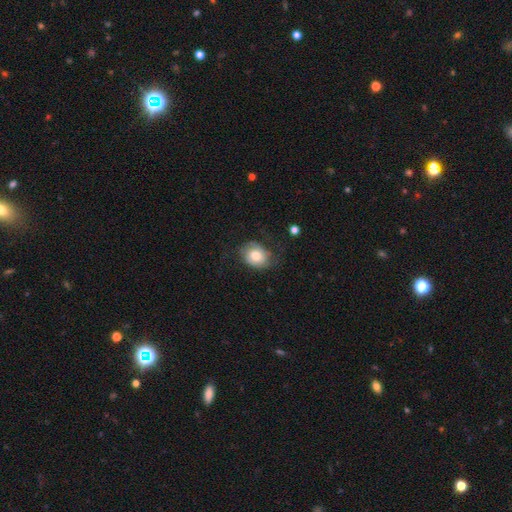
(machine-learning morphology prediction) This is likely a smooth galaxy (61%). How rounded: possibly in between (52%). Merging: possibly none (57%).